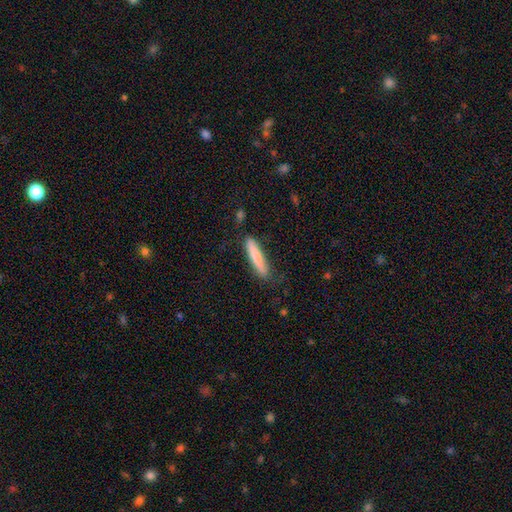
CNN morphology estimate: A smooth galaxy with no disk features (80%) that is cigar-shaped (89%). Merging: none (81%).